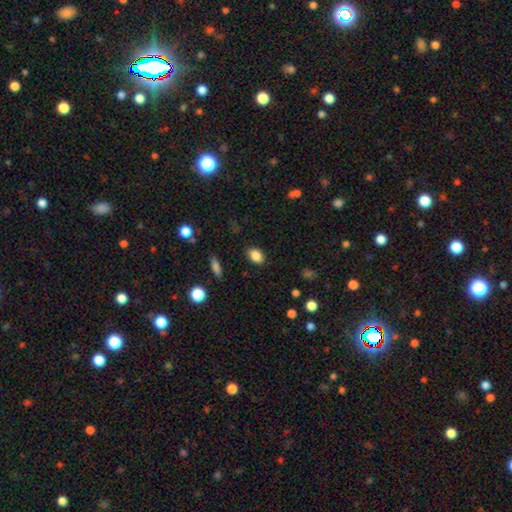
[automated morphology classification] Smooth or featured: smooth — 86% (star or artifact — 9%)
How rounded: in between — 74% (round — 25%)
Merging: none — 86% (minor disturbance — 10%)